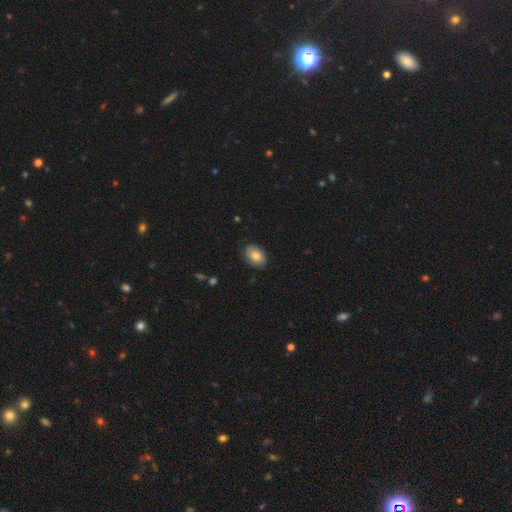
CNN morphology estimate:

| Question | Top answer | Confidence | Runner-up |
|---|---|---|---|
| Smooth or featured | smooth | 78% | featured or disk (15%) |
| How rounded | in between | 84% | round (15%) |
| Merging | none | 82% | minor disturbance (14%) |